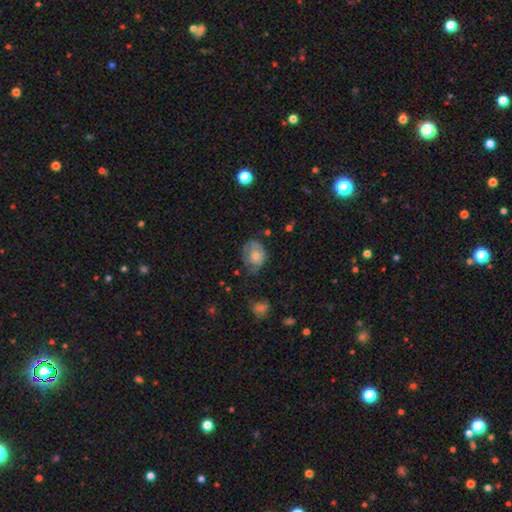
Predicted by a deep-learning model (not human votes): Overall: smooth (46%; featured or disk 43%). Merging: none (52%; minor disturbance 30%).